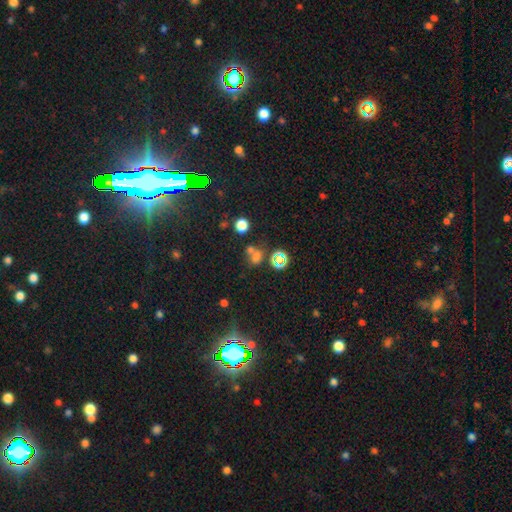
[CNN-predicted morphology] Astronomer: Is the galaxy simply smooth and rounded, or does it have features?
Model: smooth — 52% (runner-up: star or artifact, 37%).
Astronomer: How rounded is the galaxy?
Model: round — 60% (runner-up: in between, 38%).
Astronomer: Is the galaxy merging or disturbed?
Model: none — 46% (runner-up: merger, 37%).